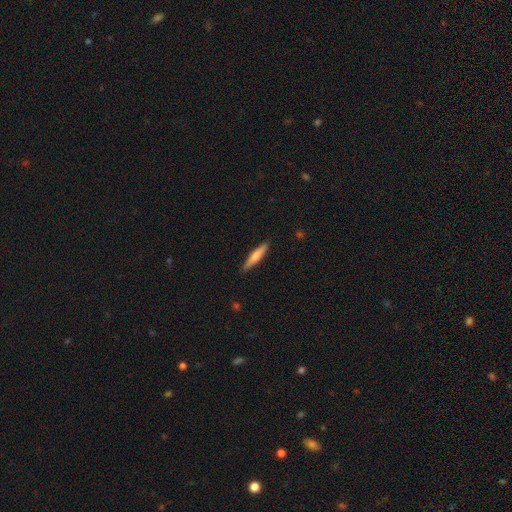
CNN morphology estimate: smooth_or_featured: smooth (p=0.67) [alt: featured or disk p=0.27]
how_rounded: cigar-shaped (p=0.89) [alt: in between p=0.10]
merging: none (p=0.89) [alt: minor disturbance p=0.08]